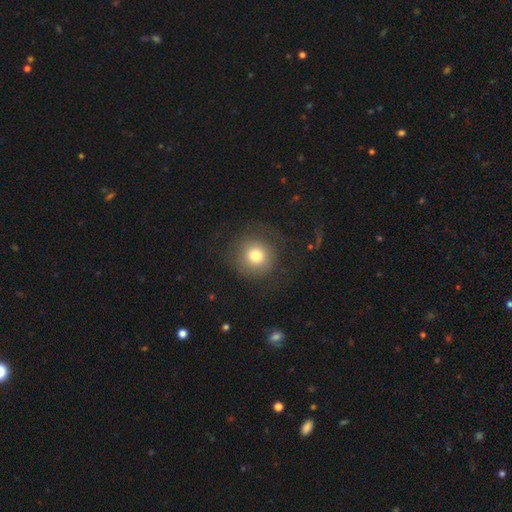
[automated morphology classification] Smooth or featured: smooth — 73% (featured or disk — 16%)
How rounded: round — 93% (in between — 6%)
Merging: none — 74% (minor disturbance — 13%)